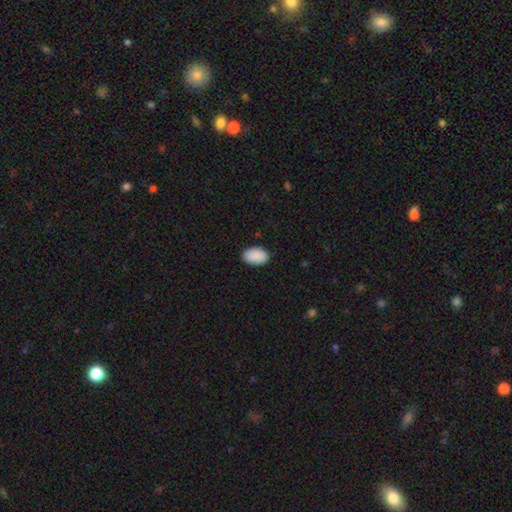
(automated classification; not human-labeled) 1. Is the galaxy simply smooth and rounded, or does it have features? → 91% smooth, 6% star or artifact, 3% featured or disk.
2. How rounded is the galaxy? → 92% in between, 7% round, 1% cigar-shaped.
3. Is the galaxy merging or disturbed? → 87% none, 10% minor disturbance, 2% major disturbance, 1% merger.